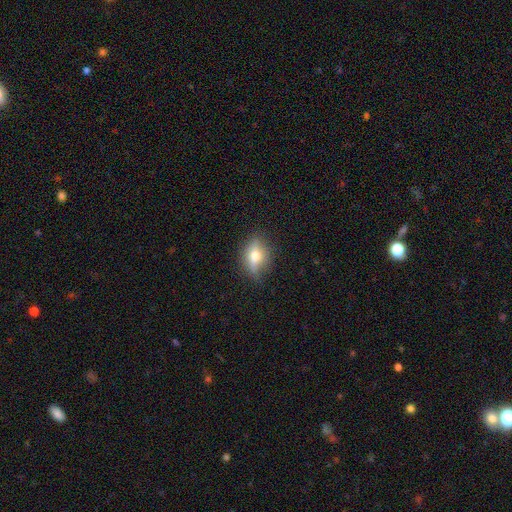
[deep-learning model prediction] This is possibly a featured or disk galaxy (48%). Merging: likely none (79%).